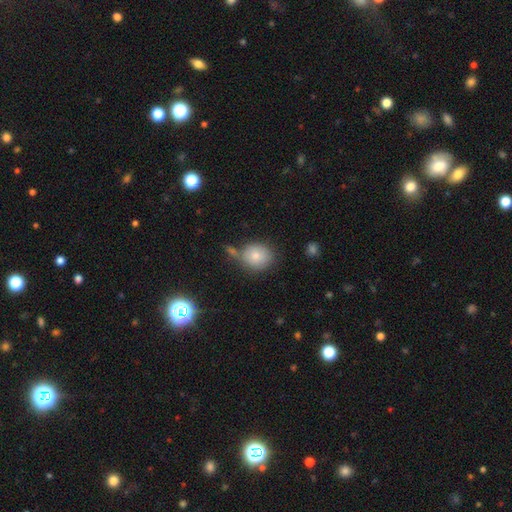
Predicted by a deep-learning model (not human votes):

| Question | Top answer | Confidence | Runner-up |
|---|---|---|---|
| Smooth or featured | smooth | 82% | featured or disk (10%) |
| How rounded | round | 76% | in between (23%) |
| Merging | none | 61% | merger (17%) |